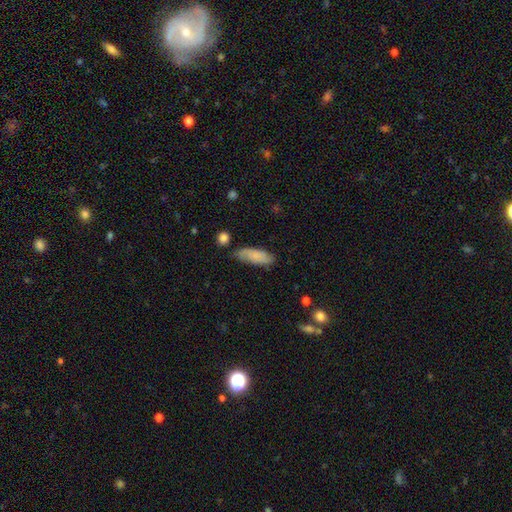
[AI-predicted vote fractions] smooth-or-featured: smooth: 71% | featured or disk: 22% | star or artifact: 7%
  how-rounded: in between: 69% | cigar-shaped: 29% | round: 2%
  merging: none: 67% | minor disturbance: 24% | major disturbance: 6% | merger: 3%